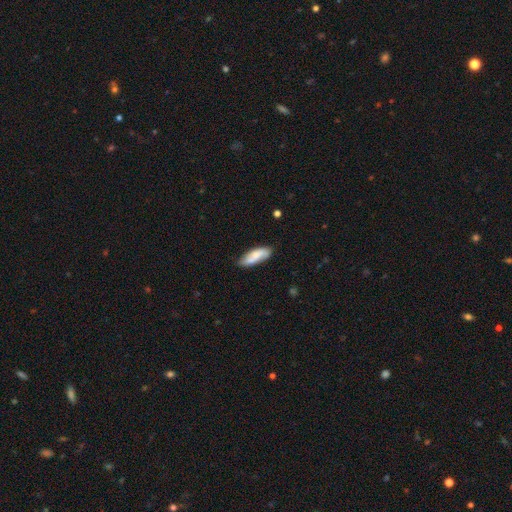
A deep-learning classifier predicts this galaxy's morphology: type=smooth (68%); roundness=in between (63%); merging=none (73%).